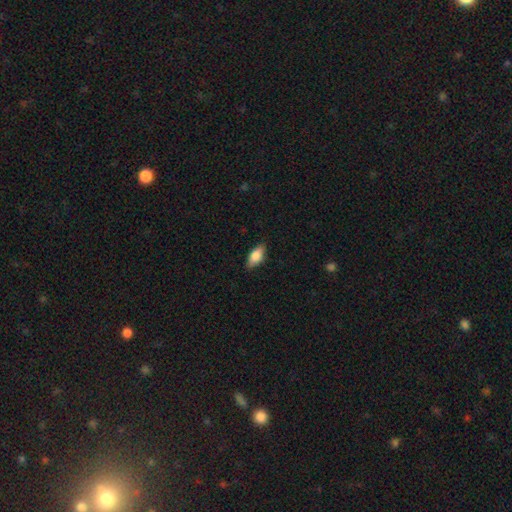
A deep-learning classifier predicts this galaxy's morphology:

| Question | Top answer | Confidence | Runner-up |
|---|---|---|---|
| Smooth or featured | smooth | 78% | featured or disk (15%) |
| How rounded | in between | 86% | cigar-shaped (10%) |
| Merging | none | 84% | minor disturbance (12%) |